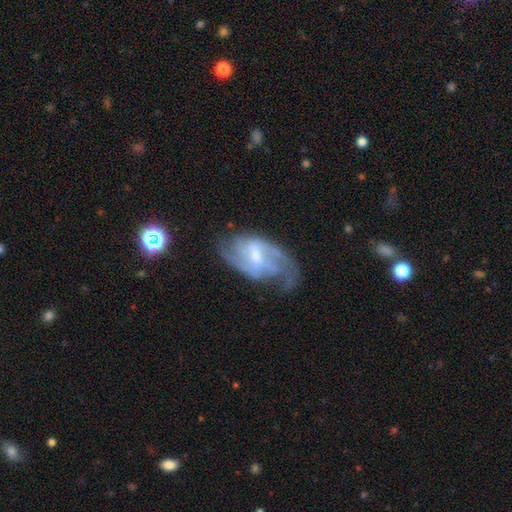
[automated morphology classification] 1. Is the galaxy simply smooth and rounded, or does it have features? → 82% featured or disk, 11% smooth, 6% star or artifact.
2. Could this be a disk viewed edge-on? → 96% no, 4% yes.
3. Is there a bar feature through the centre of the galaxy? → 56% weak, 24% strong, 20% no.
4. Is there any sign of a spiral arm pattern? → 93% yes, 7% no.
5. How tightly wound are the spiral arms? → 48% medium, 28% loose, 23% tight.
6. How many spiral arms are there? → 58% 2, 18% can't tell, 13% 3, 4% 1, 4% 4, 3% more than 4.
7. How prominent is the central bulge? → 43% small, 41% moderate, 11% none, 4% large, 1% dominant.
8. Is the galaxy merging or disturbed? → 60% none, 22% minor disturbance, 16% major disturbance, 2% merger.